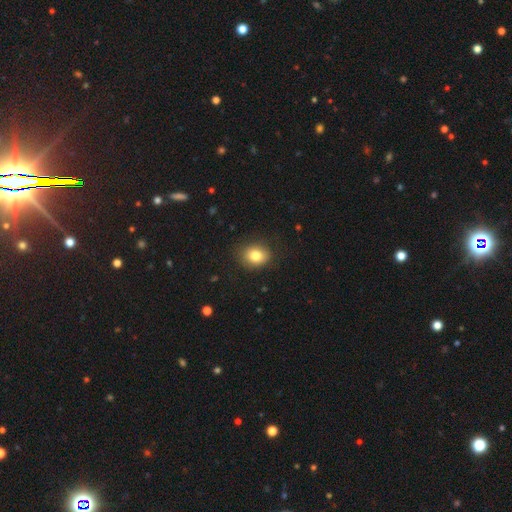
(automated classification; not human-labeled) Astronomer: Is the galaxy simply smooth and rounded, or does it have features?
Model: smooth — 82%.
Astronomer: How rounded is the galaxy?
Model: round — 56% (runner-up: in between, 43%).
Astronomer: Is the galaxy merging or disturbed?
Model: none — 86%.